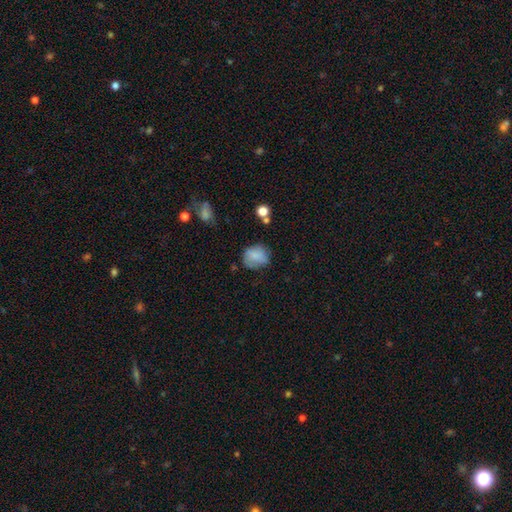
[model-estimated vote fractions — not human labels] Morphology: type=smooth (77%); roundness=round (71%); merging=none (61%).